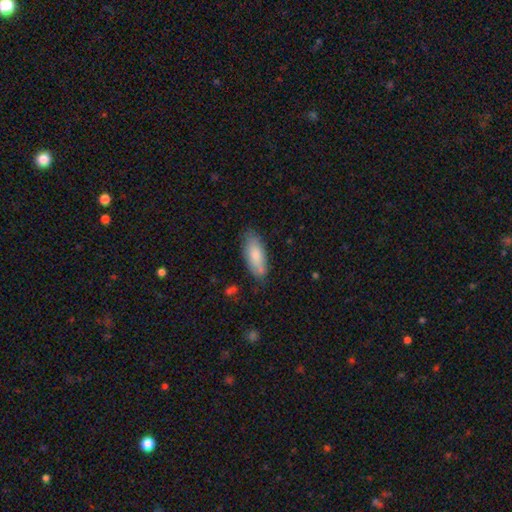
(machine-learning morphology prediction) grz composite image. It shows a smooth galaxy with no disk features (81%) that is in between round and cigar-shaped (77%). Merging: none (74%).